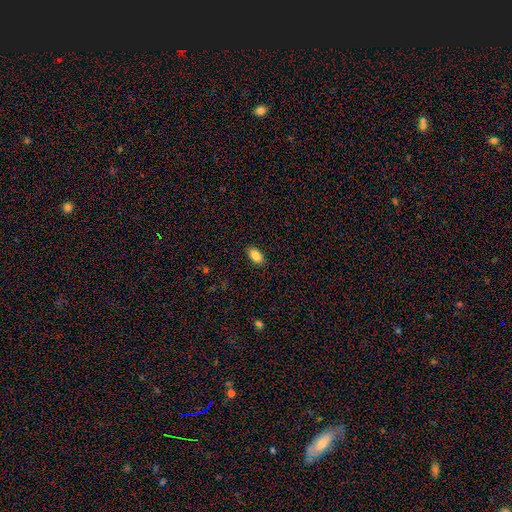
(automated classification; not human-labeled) A smooth galaxy with no disk features (86%) that is in between round and cigar-shaped (92%). Merging: none (89%).